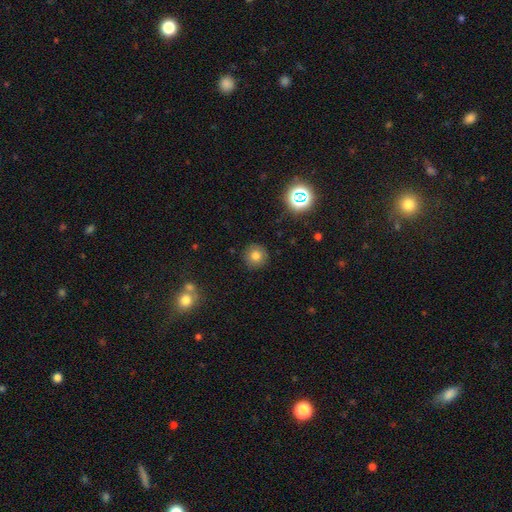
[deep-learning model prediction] This is likely a smooth galaxy (76%). How rounded: clearly round (94%). Merging: clearly none (90%).